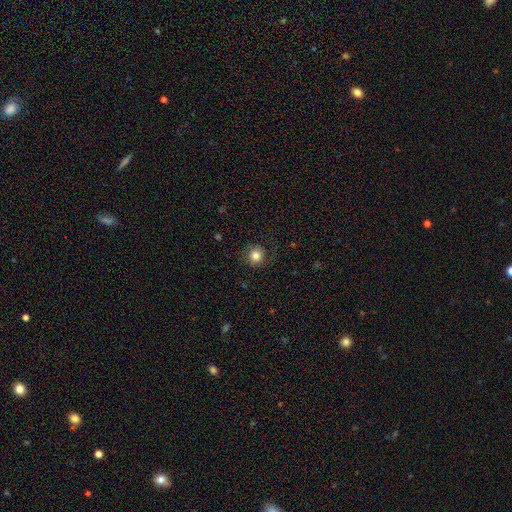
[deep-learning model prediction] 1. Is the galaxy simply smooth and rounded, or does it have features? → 80% smooth, 11% featured or disk, 9% star or artifact.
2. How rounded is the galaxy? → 91% round, 8% in between, 1% cigar-shaped.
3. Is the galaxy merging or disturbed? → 77% none, 14% minor disturbance, 8% major disturbance, 1% merger.